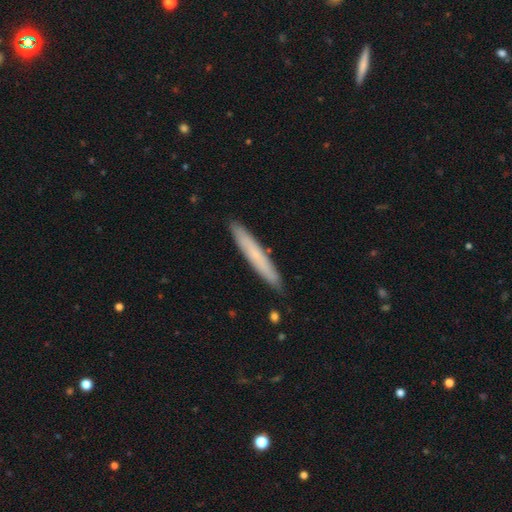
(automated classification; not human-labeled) Smooth or featured? Predicted: smooth (p=0.64). How rounded? Predicted: cigar-shaped (p=0.96). Merging? Predicted: none (p=0.90).